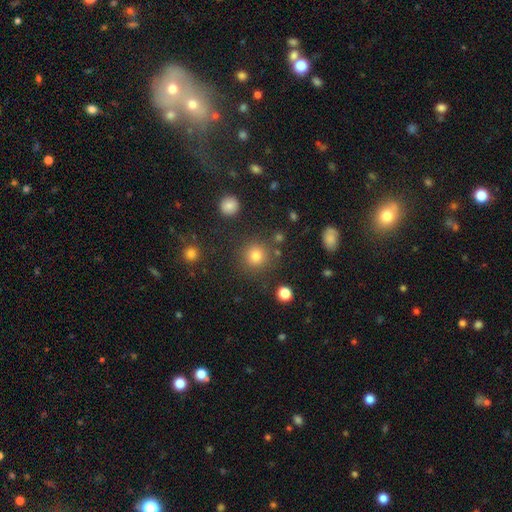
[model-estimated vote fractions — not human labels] Smooth or featured? Predicted: smooth (p=0.79). How rounded? Predicted: round (p=0.94). Merging? Predicted: none (p=0.85).